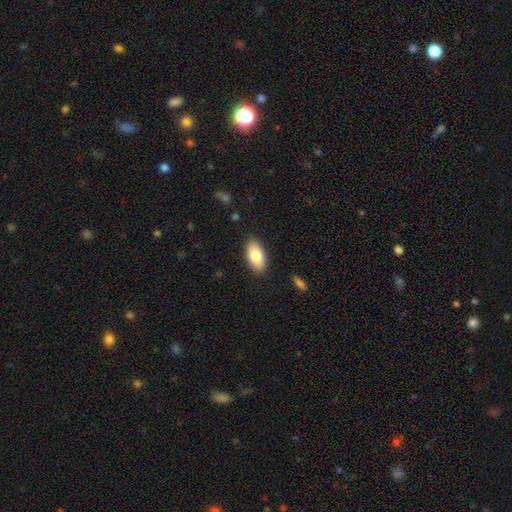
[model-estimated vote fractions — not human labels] Smooth or featured: smooth — 82% (featured or disk — 11%)
How rounded: in between — 93% (cigar-shaped — 4%)
Merging: none — 87% (minor disturbance — 10%)